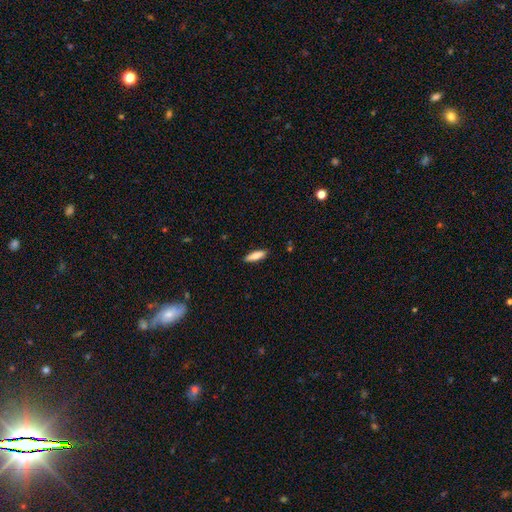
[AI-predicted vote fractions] smooth-or-featured: smooth: 81% | featured or disk: 13% | star or artifact: 6%
  how-rounded: cigar-shaped: 57% | in between: 42% | round: 2%
  merging: none: 88% | minor disturbance: 9% | major disturbance: 2% | merger: 1%